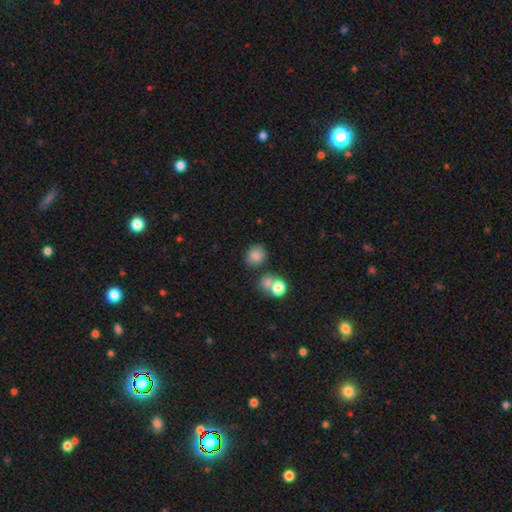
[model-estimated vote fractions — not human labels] Morphology: type=smooth (82%); roundness=round (76%); merging=none (69%).